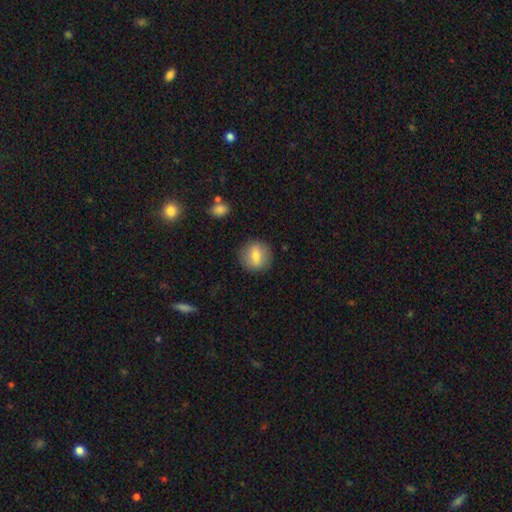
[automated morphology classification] Q: Smooth or featured?
A: smooth (73%); runner-up: featured or disk (19%)
Q: How rounded?
A: round (85%); runner-up: in between (14%)
Q: Merging?
A: none (87%); runner-up: minor disturbance (9%)